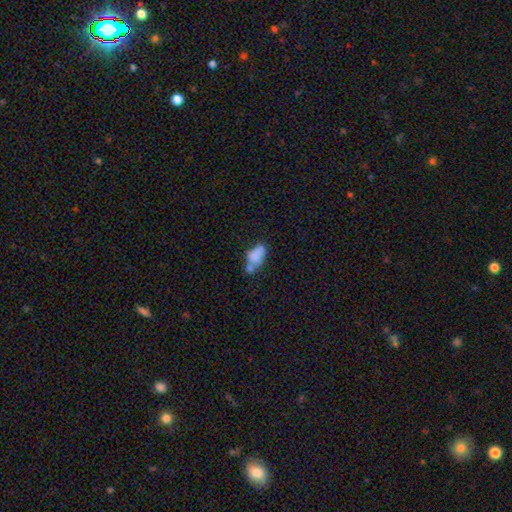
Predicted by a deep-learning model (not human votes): Smooth or featured?
  - smooth: 67% *
  - featured or disk: 22%
  - star or artifact: 11%
How rounded?
  - in between: 86% *
  - round: 7%
  - cigar-shaped: 6%
Merging?
  - merger: 34% *
  - none: 31%
  - minor disturbance: 21%
  - major disturbance: 14%